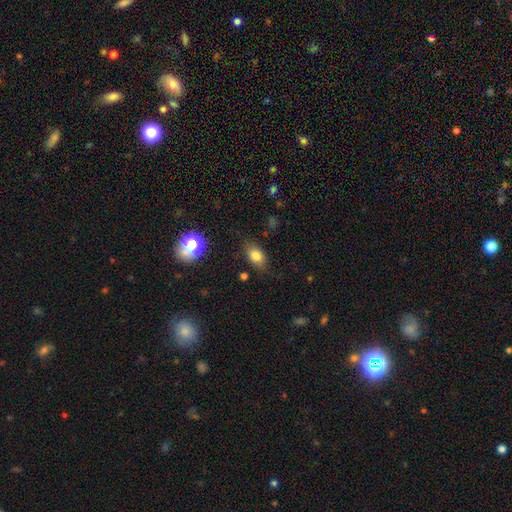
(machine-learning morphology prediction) Q: Smooth or featured?
A: smooth (80%); runner-up: star or artifact (11%)
Q: How rounded?
A: in between (80%); runner-up: round (18%)
Q: Merging?
A: none (77%); runner-up: minor disturbance (16%)